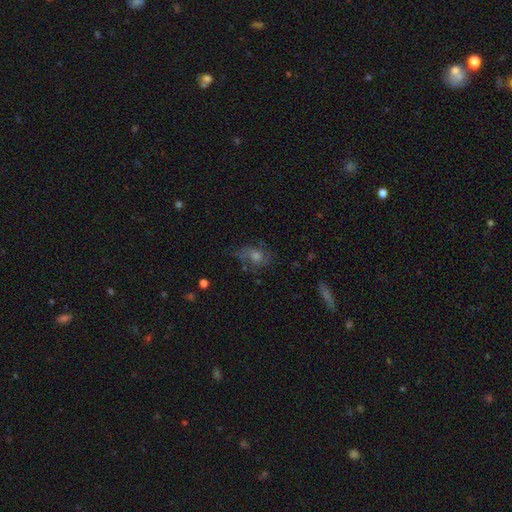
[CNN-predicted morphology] This is marginally a featured or disk galaxy (39%). Merging: possibly none (60%).